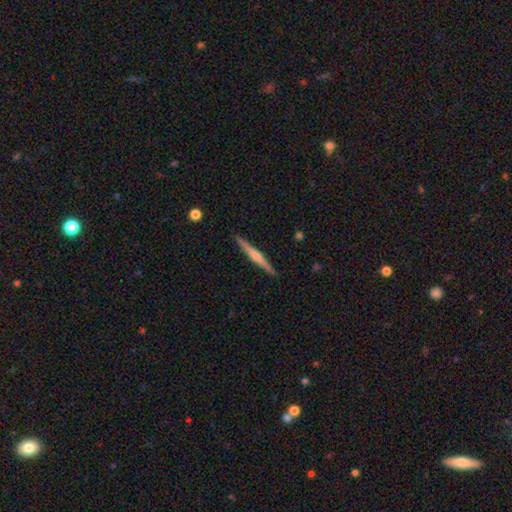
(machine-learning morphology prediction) smooth_or_featured: featured or disk (p=0.59) [alt: smooth p=0.35]
disk_edge_on: yes (p=0.98) [alt: no p=0.02]
edge_on_bulge: rounded (p=0.56) [alt: none p=0.29]
merging: none (p=0.91) [alt: minor disturbance p=0.06]